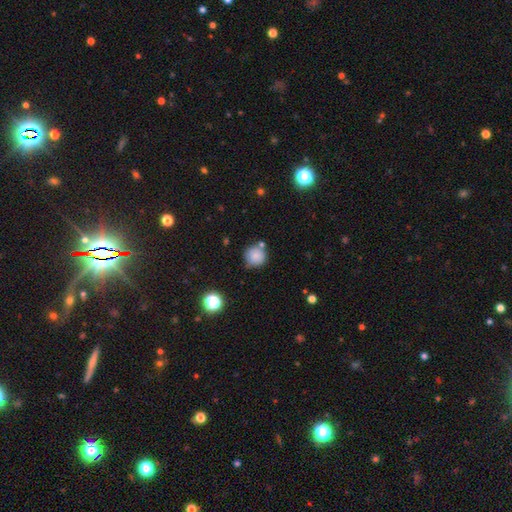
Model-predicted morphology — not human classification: Smooth or featured? smooth (83%)
How rounded? round (93%)
Merging? none (73%)